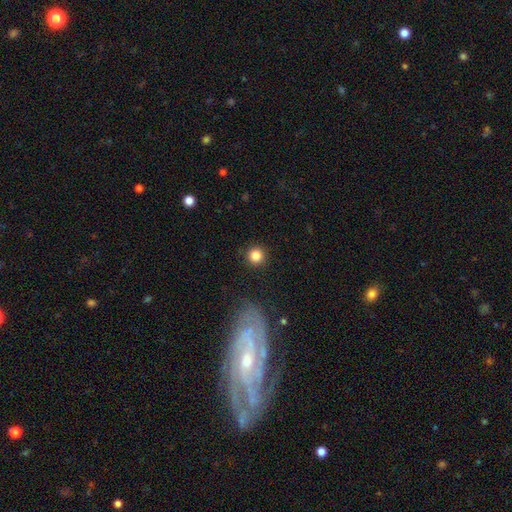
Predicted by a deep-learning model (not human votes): Smooth or featured? Predicted: smooth (p=0.84). How rounded? Predicted: round (p=0.96). Merging? Predicted: none (p=0.91).